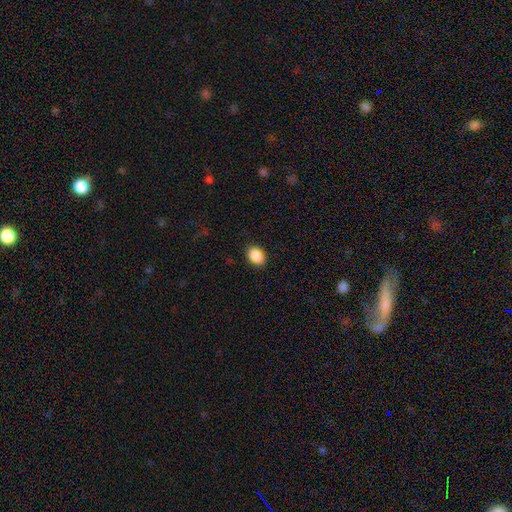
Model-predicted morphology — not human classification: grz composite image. It shows a smooth galaxy with no disk features (89%) that is in between round and cigar-shaped (65%). Merging: none (89%).